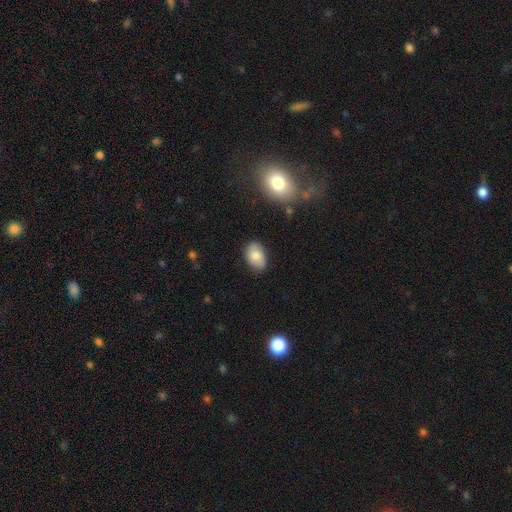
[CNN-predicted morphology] Smooth or featured: smooth — 78% (featured or disk — 14%)
How rounded: in between — 86% (round — 13%)
Merging: none — 78% (minor disturbance — 17%)